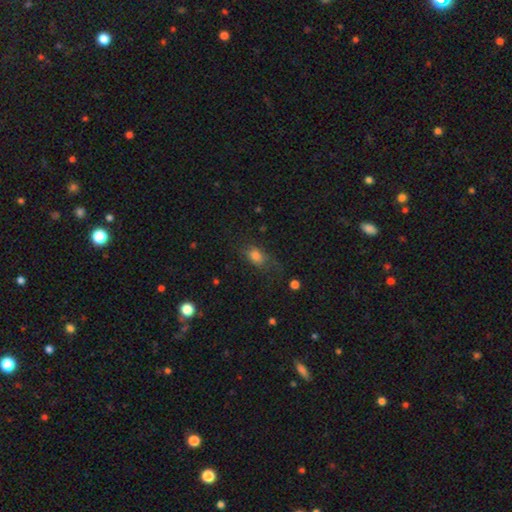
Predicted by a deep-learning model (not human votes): A smooth galaxy with no disk features (76%) that is in between round and cigar-shaped (77%).

Vote fractions:
- Smooth or featured? smooth: 76% / star or artifact: 12% / featured or disk: 12%
- How rounded? in between: 77% / round: 19% / cigar-shaped: 5%
- Merging? none: 52% / minor disturbance: 25% / major disturbance: 21% / merger: 2%